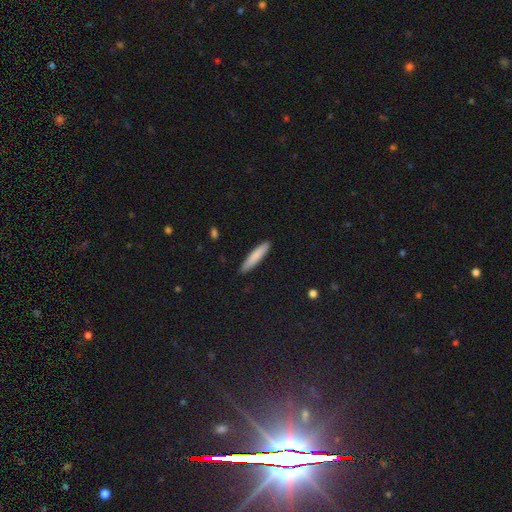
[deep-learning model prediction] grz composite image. It shows a smooth galaxy with no disk features (82%) that is cigar-shaped (88%). Merging: none (90%).